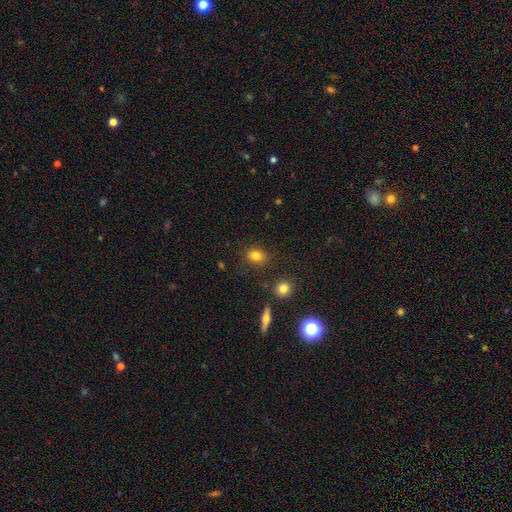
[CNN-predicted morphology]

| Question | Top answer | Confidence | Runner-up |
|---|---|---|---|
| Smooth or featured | smooth | 81% | star or artifact (11%) |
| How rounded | in between | 54% | round (44%) |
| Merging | none | 84% | minor disturbance (10%) |